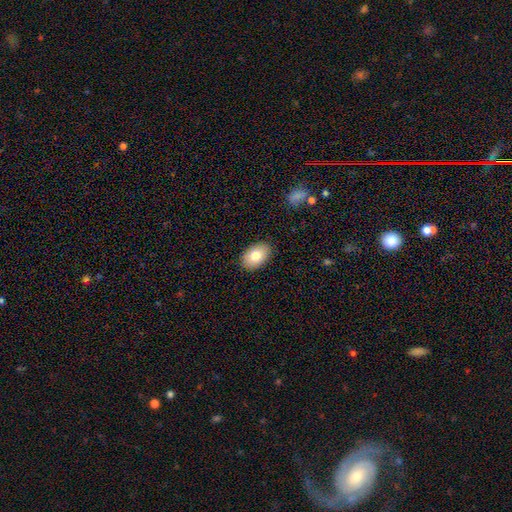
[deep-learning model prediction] Smooth or featured? smooth (80%)
How rounded? in between (89%)
Merging? none (89%)